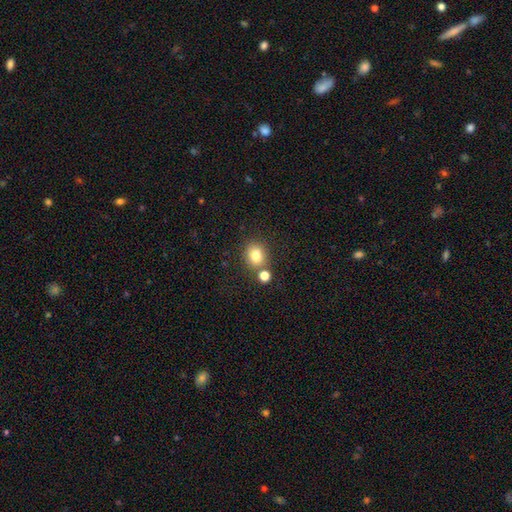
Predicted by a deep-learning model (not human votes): This appears to be a smooth galaxy with no disk features (80%) that is round (74%). Merging: none (73%).